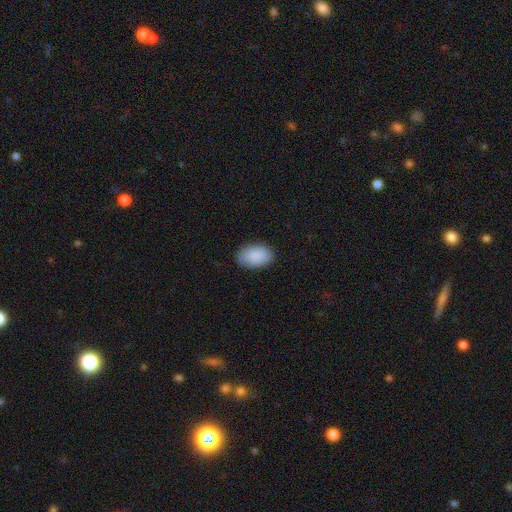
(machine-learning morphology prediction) type=smooth (89%); roundness=in between (91%); merging=none (85%).